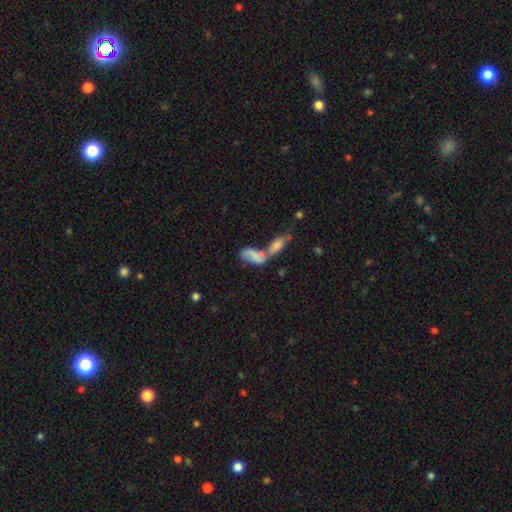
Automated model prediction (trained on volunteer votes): Smooth or featured: smooth — 55% (featured or disk — 35%)
How rounded: in between — 82% (cigar-shaped — 14%)
Merging: merger — 65% (none — 19%)